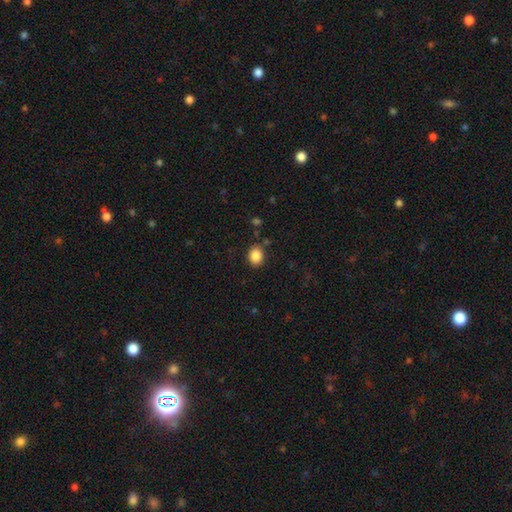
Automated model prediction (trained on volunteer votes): Q: Smooth or featured?
A: smooth (87%); runner-up: star or artifact (9%)
Q: How rounded?
A: round (54%); runner-up: in between (45%)
Q: Merging?
A: none (85%); runner-up: minor disturbance (10%)